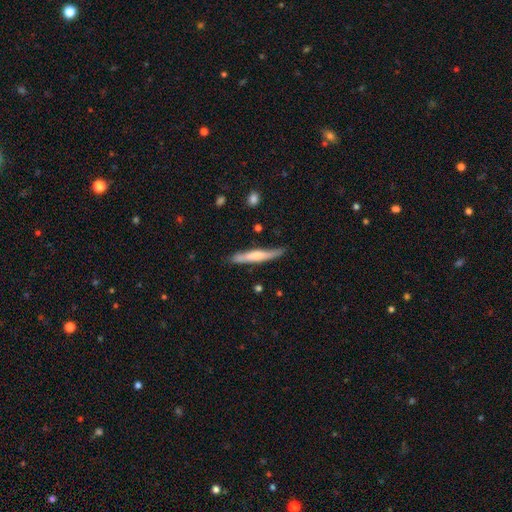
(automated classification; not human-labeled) A smooth galaxy with no disk features (57%) that is cigar-shaped (93%).

Vote fractions:
- Smooth or featured? smooth: 57% / featured or disk: 38% / star or artifact: 5%
- How rounded? cigar-shaped: 93% / in between: 6% / round: 1%
- Merging? none: 77% / minor disturbance: 18% / major disturbance: 3% / merger: 2%